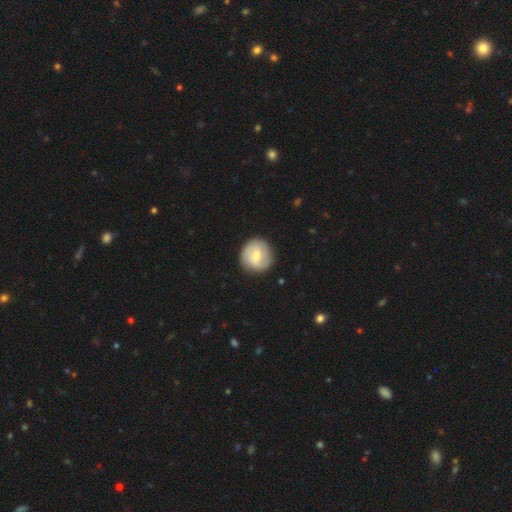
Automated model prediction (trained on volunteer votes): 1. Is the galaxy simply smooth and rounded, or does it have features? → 55% smooth, 39% featured or disk, 5% star or artifact.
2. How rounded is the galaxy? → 88% round, 11% in between, 1% cigar-shaped.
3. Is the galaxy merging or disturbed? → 85% none, 11% minor disturbance, 3% major disturbance, 1% merger.